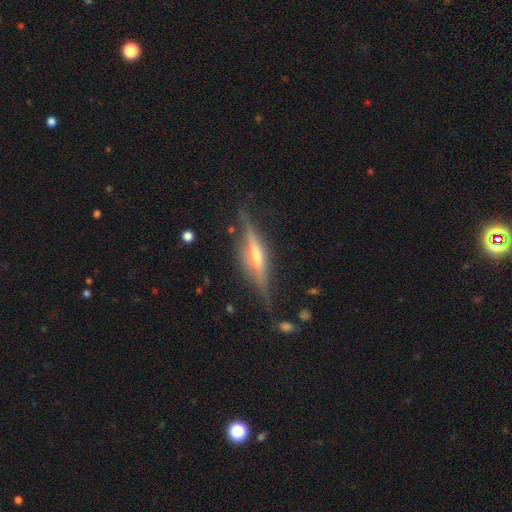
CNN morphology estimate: A featured or disk galaxy (76%) viewed edge-on (95%) with a rounded central bulge (68%). Merging: none (79%).